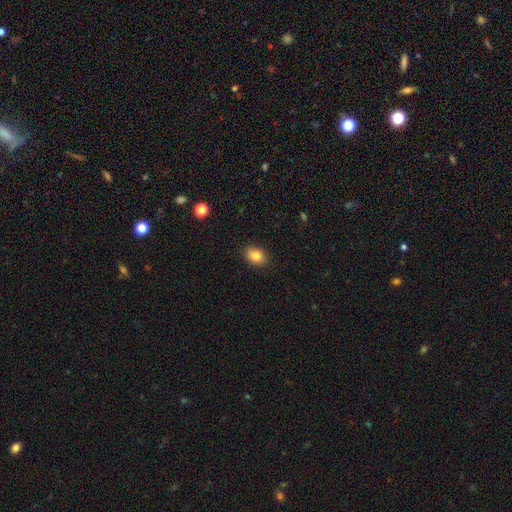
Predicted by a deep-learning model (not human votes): This appears to be a smooth galaxy with no disk features (84%) that is in between round and cigar-shaped (73%). Merging: none (89%).